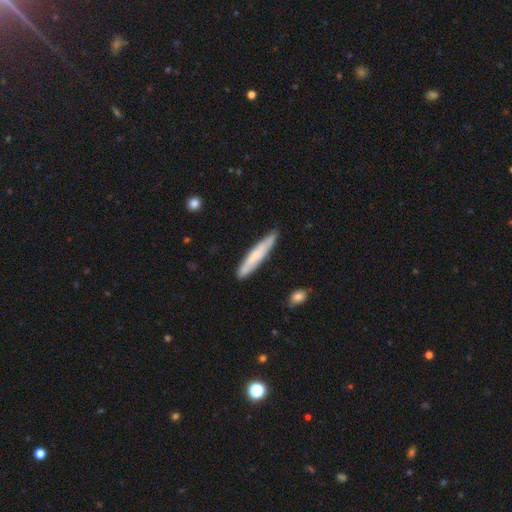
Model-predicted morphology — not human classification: Smooth or featured?
  - smooth: 62% *
  - featured or disk: 32%
  - star or artifact: 6%
How rounded?
  - cigar-shaped: 93% *
  - in between: 6%
  - round: 1%
Merging?
  - none: 84% *
  - minor disturbance: 13%
  - major disturbance: 2%
  - merger: 2%